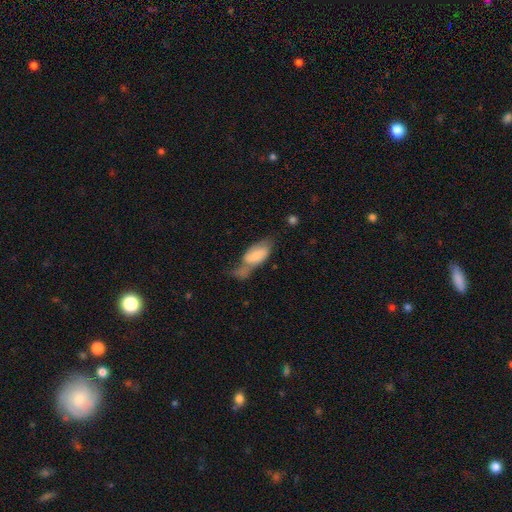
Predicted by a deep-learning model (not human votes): Overall: smooth (64%; featured or disk 29%). How rounded: in between (89%). Merging: merger (28%; major disturbance 26%).